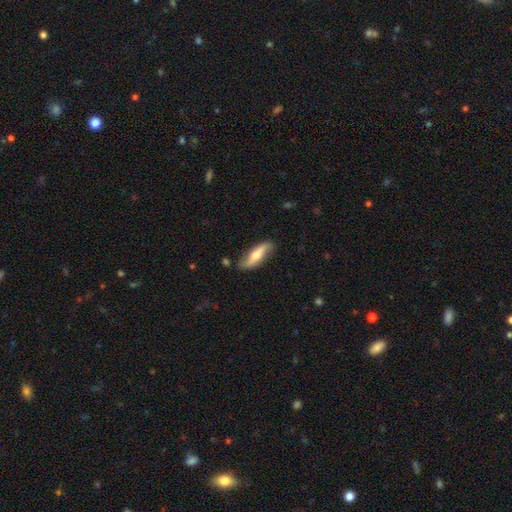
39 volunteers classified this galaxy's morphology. Smooth or featured?
  - featured or disk: 64% *
  - smooth: 28%
  - star or artifact: 8%
Edge-on disk?
  - no: 52% *
  - yes: 48%
Bar?
  - no: 46% *
  - strong: 31%
  - weak: 23%
Spiral arms?
  - yes: 85% *
  - no: 15%
Spiral winding?
  - loose: 100% *
  - tight: 0%
  - medium: 0%
Spiral arm count?
  - 2: 91% *
  - 1: 9%
  - 3: 0%
  - 4: 0%
  - more than 4: 0%
  - can't tell: 0%
Bulge size?
  - moderate: 77% *
  - large: 23%
  - dominant: 0%
  - small: 0%
  - none: 0%
Merging?
  - none: 83% *
  - minor disturbance: 17%
  - major disturbance: 0%
  - merger: 0%